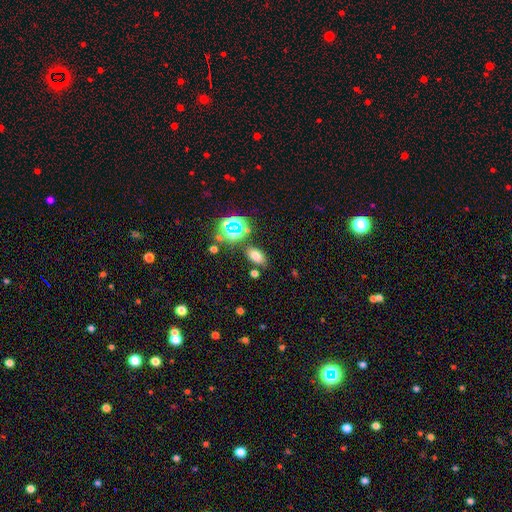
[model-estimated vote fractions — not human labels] Smooth or featured? smooth (69%)
How rounded? in between (86%)
Merging? none (79%)